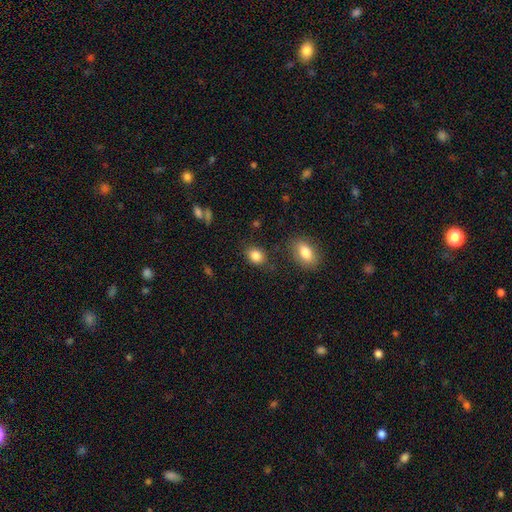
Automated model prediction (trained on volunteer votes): A smooth galaxy with no disk features (86%) that is in between round and cigar-shaped (59%).

Vote fractions:
- Smooth or featured? smooth: 86% / star or artifact: 9% / featured or disk: 5%
- How rounded? in between: 59% / round: 40% / cigar-shaped: 1%
- Merging? none: 80% / minor disturbance: 13% / merger: 4% / major disturbance: 4%